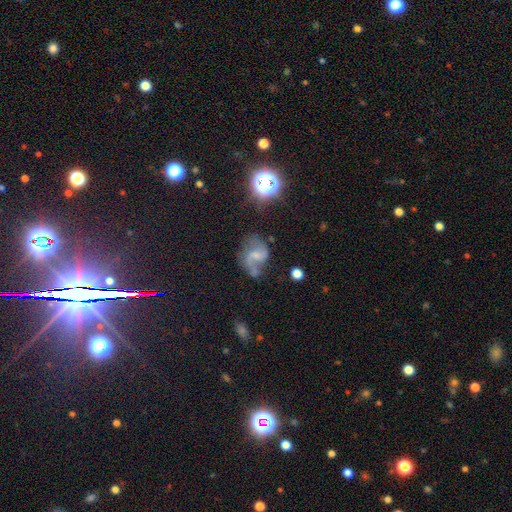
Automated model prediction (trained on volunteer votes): smooth_or_featured: featured or disk (p=0.70) [alt: smooth p=0.17]
disk_edge_on: no (p=0.98) [alt: yes p=0.02]
bar: weak (p=0.49) [alt: no p=0.36]
has_spiral_arms: yes (p=0.89) [alt: no p=0.11]
spiral_winding: loose (p=0.57) [alt: medium p=0.35]
spiral_arm_count: 2 (p=0.82) [alt: 1 p=0.09]
bulge_size: small (p=0.43) [alt: none p=0.27]
merging: none (p=0.48) [alt: minor disturbance p=0.22]